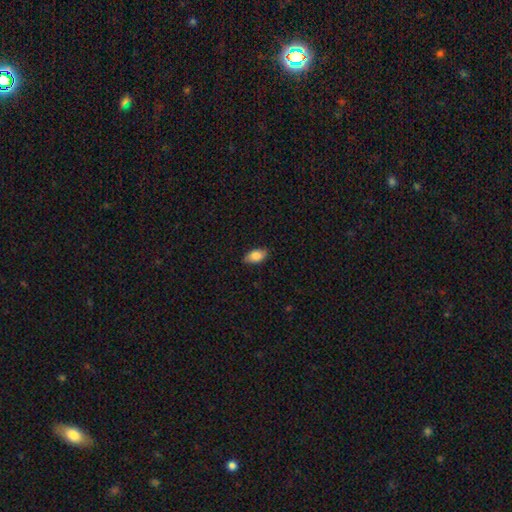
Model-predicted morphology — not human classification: The model was most divided on "merging": none: 84%, minor disturbance: 13%, major disturbance: 2%, merger: 1%. More confident: how rounded — in between (91%); smooth or featured — smooth (83%).